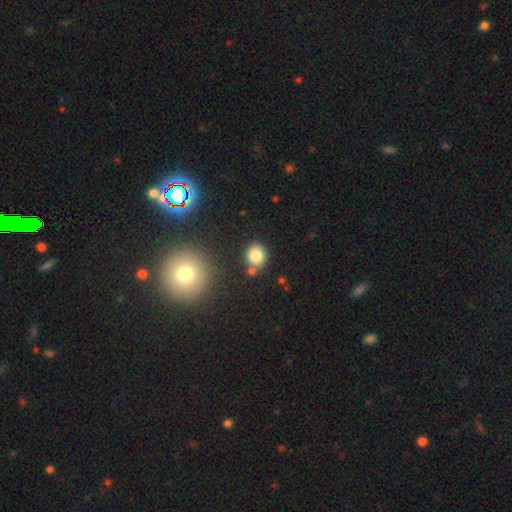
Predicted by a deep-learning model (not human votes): smooth_or_featured: smooth (p=0.82) [alt: star or artifact p=0.11]
how_rounded: round (p=0.78) [alt: in between p=0.21]
merging: none (p=0.77) [alt: merger p=0.11]